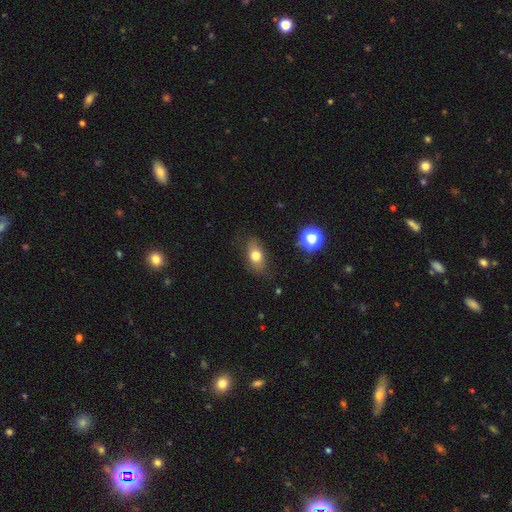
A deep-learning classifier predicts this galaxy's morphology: A smooth galaxy with no disk features (74%) that is in between round and cigar-shaped (81%). Merging: none (78%).